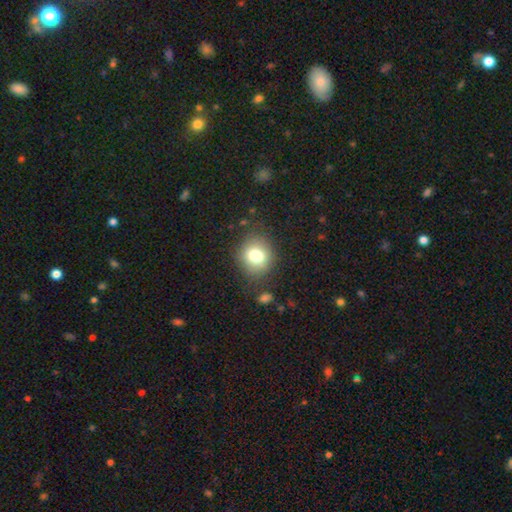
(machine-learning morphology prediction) Smooth or featured: smooth — 77% (star or artifact — 12%)
How rounded: round — 75% (in between — 24%)
Merging: none — 81% (minor disturbance — 12%)